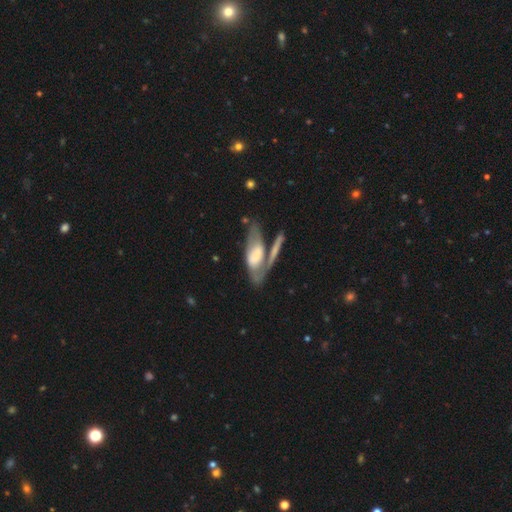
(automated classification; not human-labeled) A featured or disk galaxy (47%, tied with smooth). Merging: none (32%).